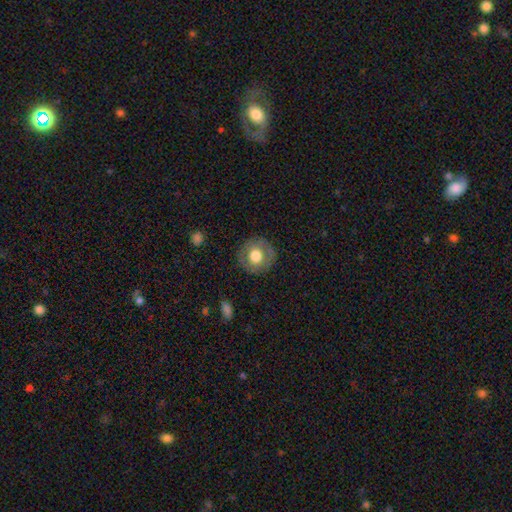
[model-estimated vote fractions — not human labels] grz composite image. It shows a smooth galaxy with no disk features (64%) that is round (92%). Merging: none (85%).